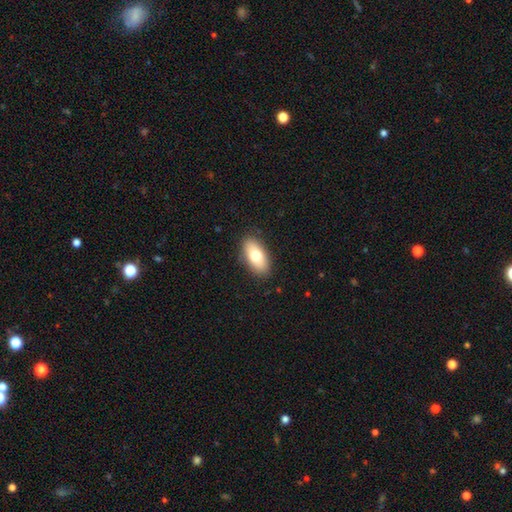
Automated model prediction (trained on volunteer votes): This appears to be a smooth galaxy with no disk features (72%) that is in between round and cigar-shaped (90%). Merging: none (87%).